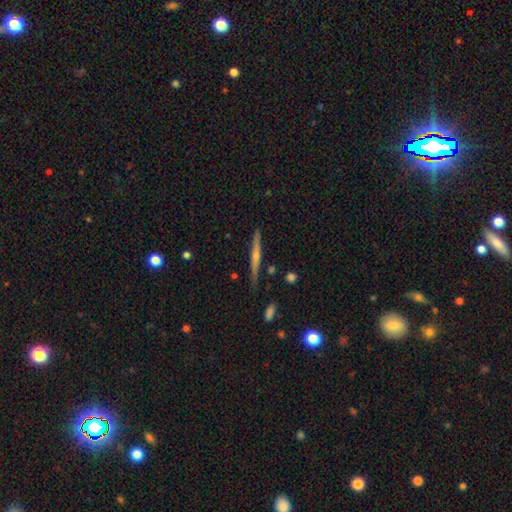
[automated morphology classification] Overall: featured or disk (70%). Edge-on disk: yes (98%). Edge-on bulge: rounded (70%). Merging: none (87%).